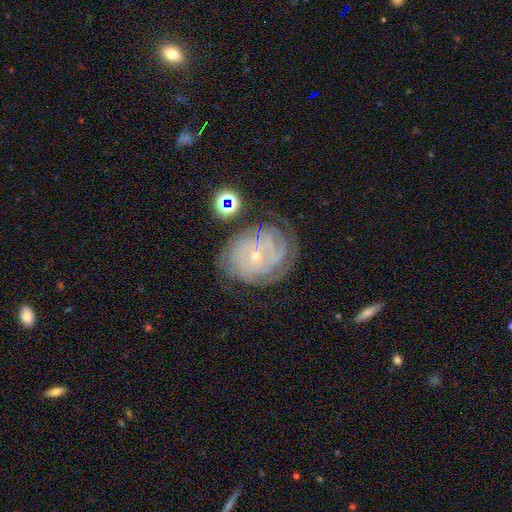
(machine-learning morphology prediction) Overall: featured or disk (80%). Edge-on disk: no (97%). Bar: no (72%). Spiral arms: yes (94%). Spiral arm count: can't tell (39%; 4 20%). Spiral winding: tight (78%). Bulge size: small (77%). Merging: none (68%).